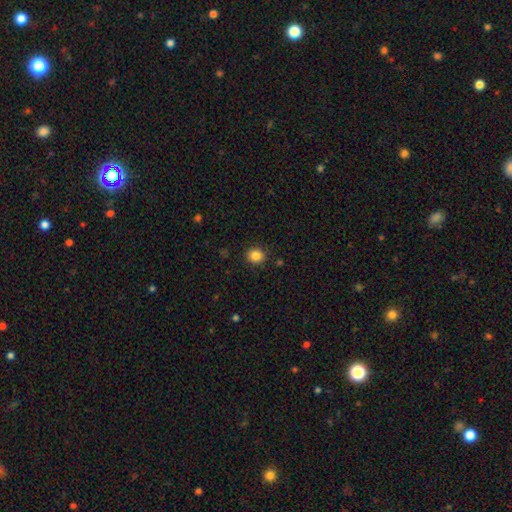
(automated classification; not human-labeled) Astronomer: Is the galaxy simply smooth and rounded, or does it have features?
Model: smooth — 84%.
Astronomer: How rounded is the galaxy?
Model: round — 81%.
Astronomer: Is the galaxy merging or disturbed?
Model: none — 90%.